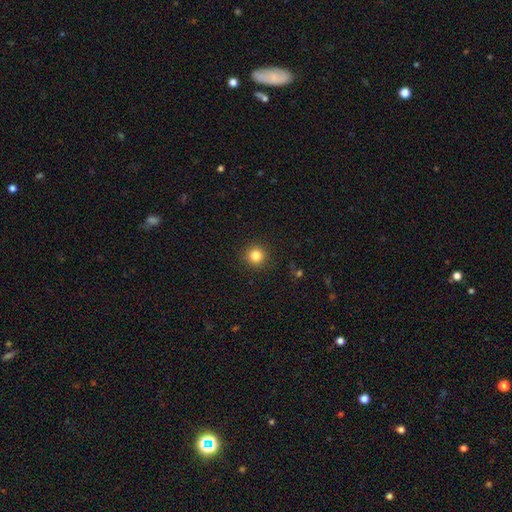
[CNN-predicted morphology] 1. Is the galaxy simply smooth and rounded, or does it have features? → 83% smooth, 12% star or artifact, 5% featured or disk.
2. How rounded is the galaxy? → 95% round, 4% in between, 1% cigar-shaped.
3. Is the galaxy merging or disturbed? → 92% none, 5% minor disturbance, 2% major disturbance, 1% merger.